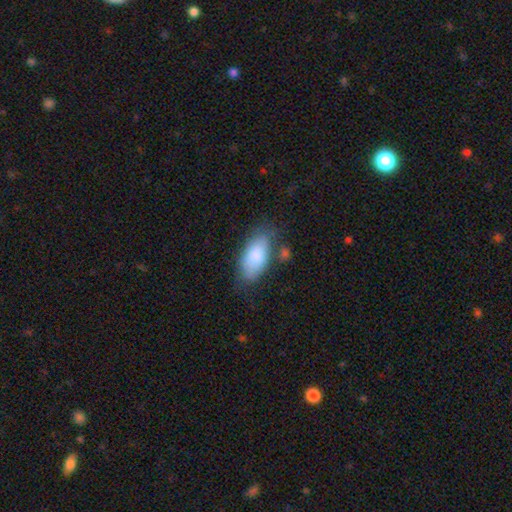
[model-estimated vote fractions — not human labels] Smooth or featured?
  - smooth: 83% *
  - featured or disk: 11%
  - star or artifact: 6%
How rounded?
  - in between: 92% *
  - cigar-shaped: 5%
  - round: 2%
Merging?
  - none: 66% *
  - minor disturbance: 22%
  - major disturbance: 6%
  - merger: 5%